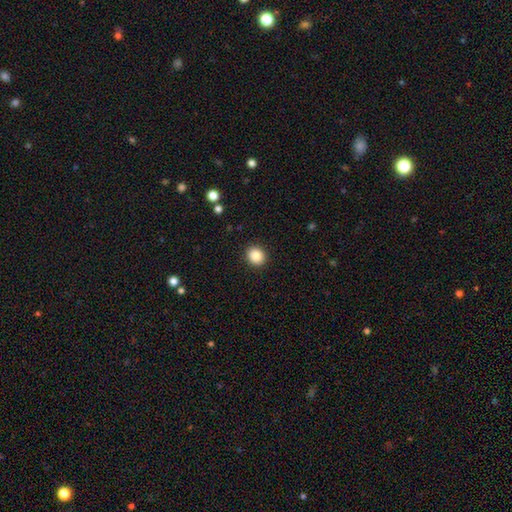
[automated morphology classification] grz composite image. It shows a smooth galaxy with no disk features (87%) that is round (79%). Merging: none (92%).